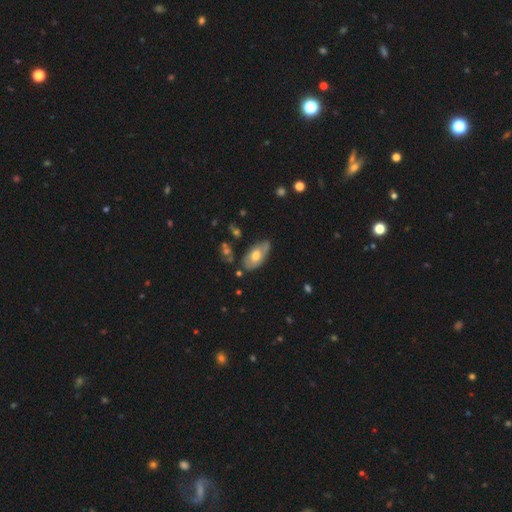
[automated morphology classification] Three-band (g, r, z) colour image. It shows a smooth galaxy with no disk features (51%) that is in between round and cigar-shaped (92%). Merging: none (60%).